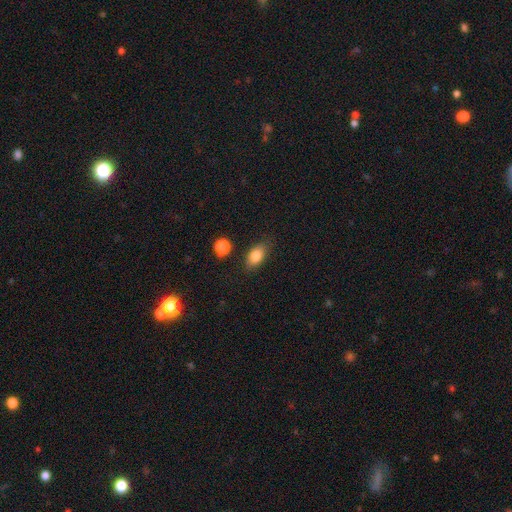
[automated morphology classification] Smooth or featured?
  - smooth: 82% *
  - featured or disk: 10%
  - star or artifact: 8%
How rounded?
  - in between: 86% *
  - round: 10%
  - cigar-shaped: 5%
Merging?
  - none: 81% *
  - minor disturbance: 13%
  - major disturbance: 3%
  - merger: 3%